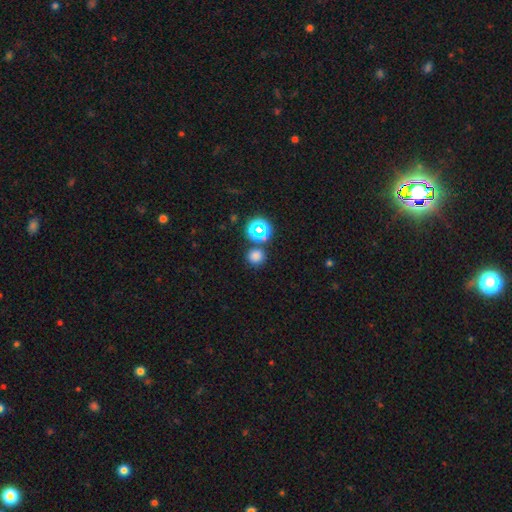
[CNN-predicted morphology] The model was most divided on "smooth or featured": smooth: 73%, star or artifact: 22%, featured or disk: 5%. More confident: how rounded — round (90%); merging — none (80%).